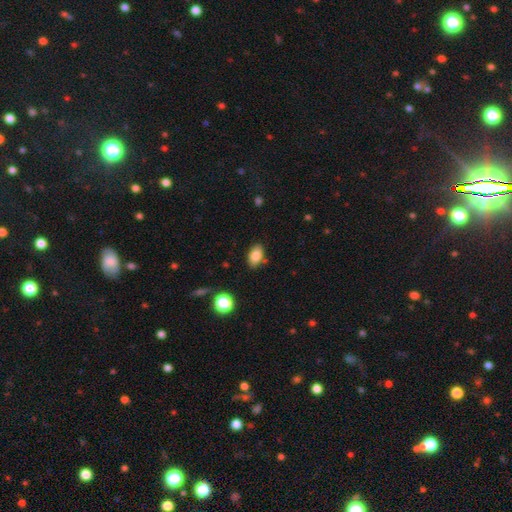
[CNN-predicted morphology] Smooth or featured? smooth (84%)
How rounded? in between (90%)
Merging? none (81%)